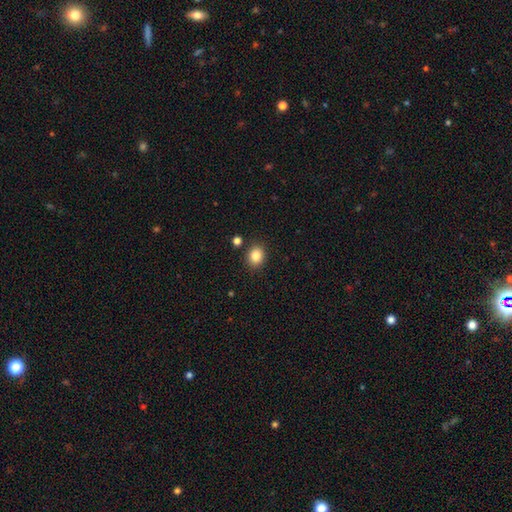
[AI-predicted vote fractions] Smooth or featured? smooth (85%)
How rounded? round (64%)
Merging? none (86%)